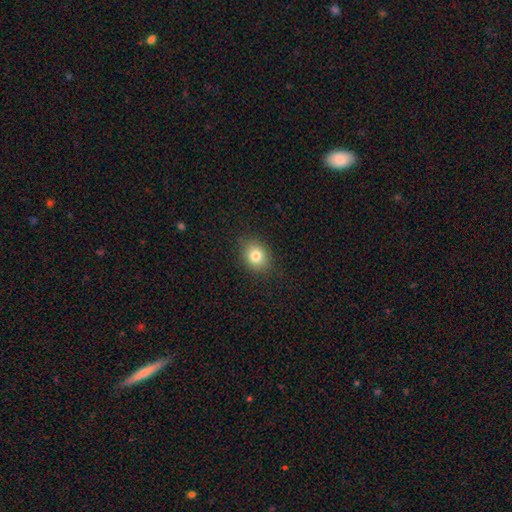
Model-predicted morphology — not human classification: Overall: smooth (81%). How rounded: round (57%; in between 42%). Merging: none (86%).